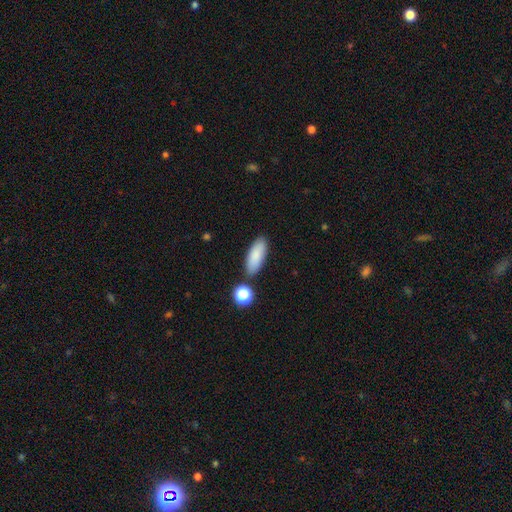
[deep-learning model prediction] Morphology: type=smooth (85%); roundness=in between (76%); merging=none (81%).